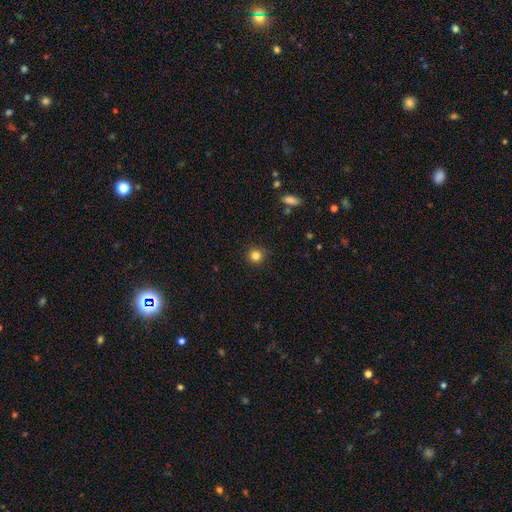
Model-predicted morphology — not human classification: Smooth or featured?
  - smooth: 83% *
  - star or artifact: 12%
  - featured or disk: 5%
How rounded?
  - round: 94% *
  - in between: 5%
  - cigar-shaped: 1%
Merging?
  - none: 91% *
  - minor disturbance: 6%
  - major disturbance: 2%
  - merger: 1%